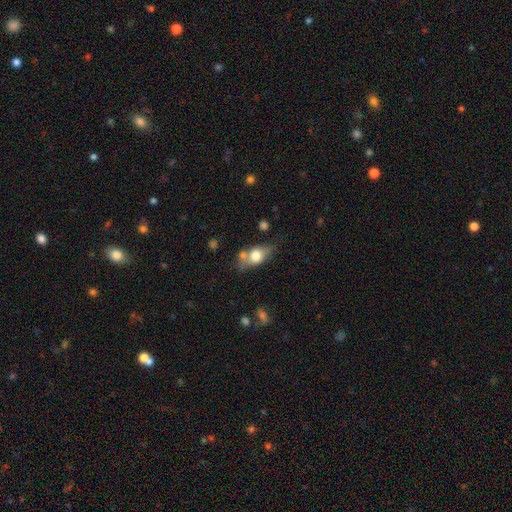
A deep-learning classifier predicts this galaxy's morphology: This appears to be a smooth galaxy with no disk features (68%) that is in between round and cigar-shaped (80%). Merging: none (59%).